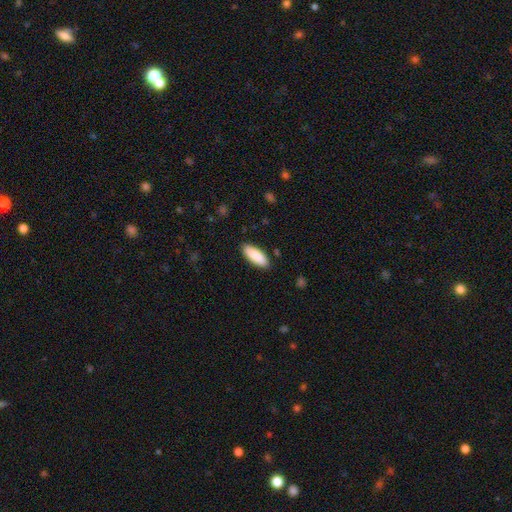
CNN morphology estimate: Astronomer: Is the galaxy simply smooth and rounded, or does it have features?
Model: smooth — 89%.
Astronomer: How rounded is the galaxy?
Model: in between — 72%.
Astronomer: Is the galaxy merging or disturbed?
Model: none — 88%.